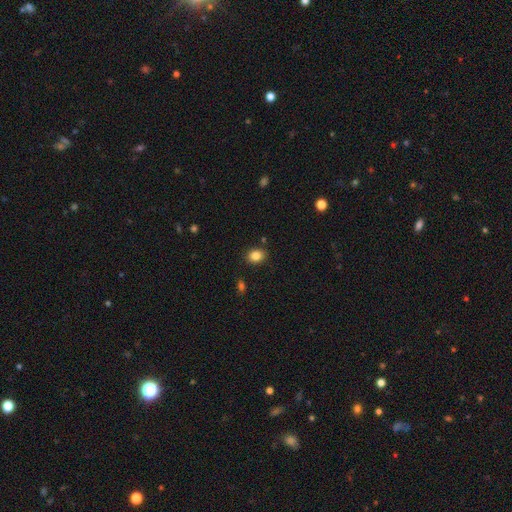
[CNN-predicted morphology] Overall: smooth (85%). How rounded: in between (55%; round 44%). Merging: none (86%).